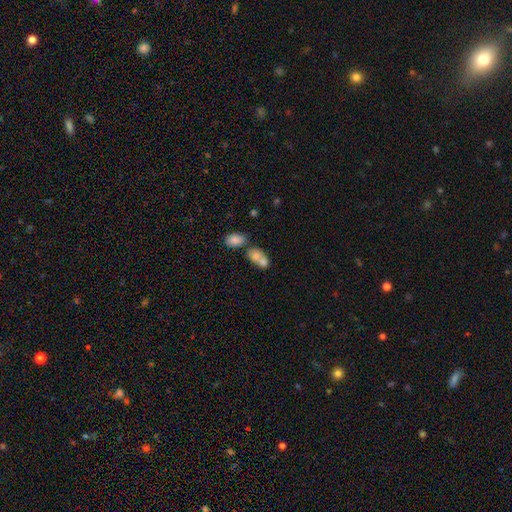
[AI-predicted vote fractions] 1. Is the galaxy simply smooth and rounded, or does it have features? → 74% smooth, 17% featured or disk, 9% star or artifact.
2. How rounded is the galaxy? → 69% in between, 28% round, 2% cigar-shaped.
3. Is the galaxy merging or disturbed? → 66% merger, 22% none, 7% minor disturbance, 4% major disturbance.